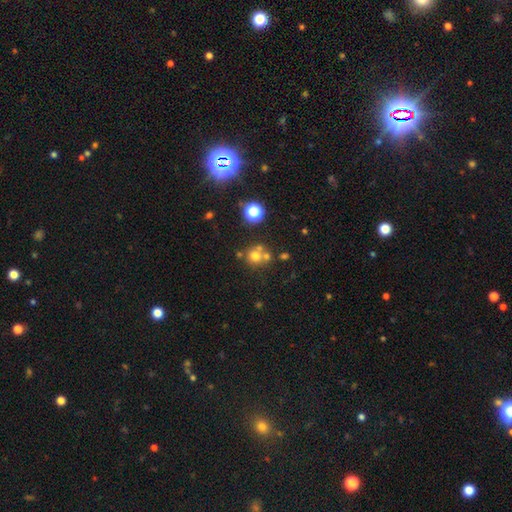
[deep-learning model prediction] Smooth or featured? smooth (67%)
How rounded? round (89%)
Merging? none (57%)